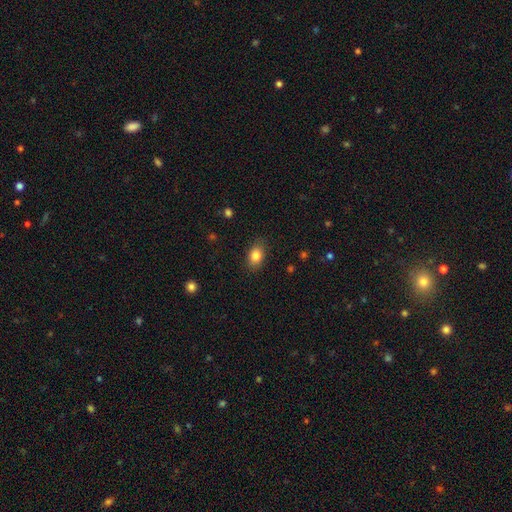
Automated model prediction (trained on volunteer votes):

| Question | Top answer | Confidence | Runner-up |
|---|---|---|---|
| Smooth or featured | smooth | 84% | star or artifact (9%) |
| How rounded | in between | 78% | round (20%) |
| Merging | none | 85% | minor disturbance (11%) |